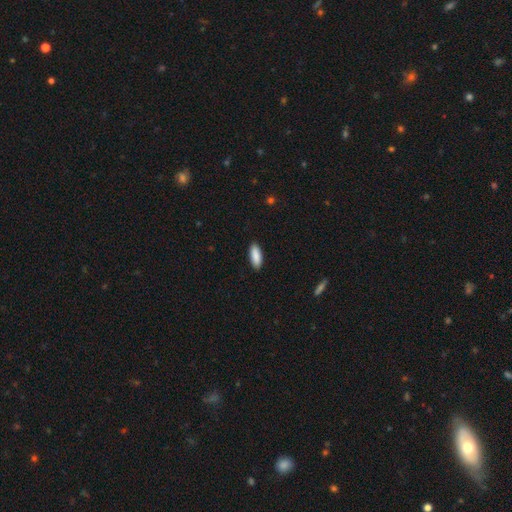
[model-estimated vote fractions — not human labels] The model was most divided on "how rounded": in between: 74%, cigar-shaped: 24%, round: 2%. More confident: smooth or featured — smooth (90%); merging — none (90%).